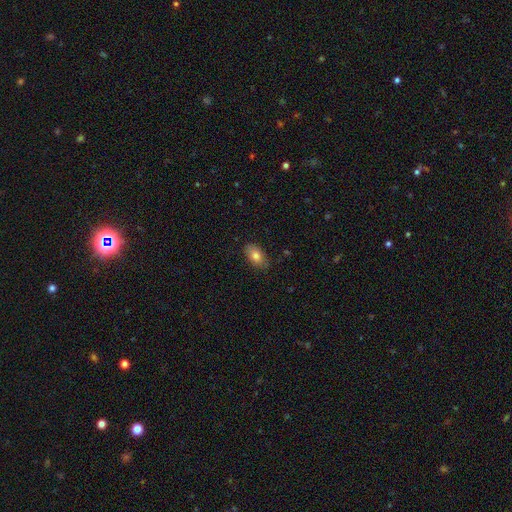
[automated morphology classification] Smooth or featured?
  - smooth: 80% *
  - featured or disk: 12%
  - star or artifact: 8%
How rounded?
  - in between: 91% *
  - round: 7%
  - cigar-shaped: 2%
Merging?
  - none: 81% *
  - minor disturbance: 15%
  - major disturbance: 3%
  - merger: 1%